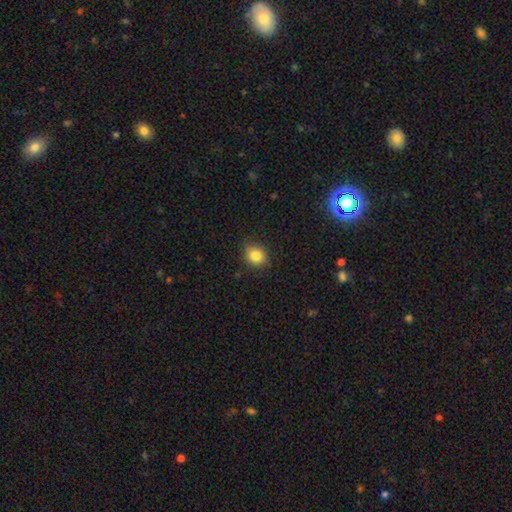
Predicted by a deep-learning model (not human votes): Smooth or featured? Predicted: smooth (p=0.83). How rounded? Predicted: round (p=0.68). Merging? Predicted: none (p=0.84).